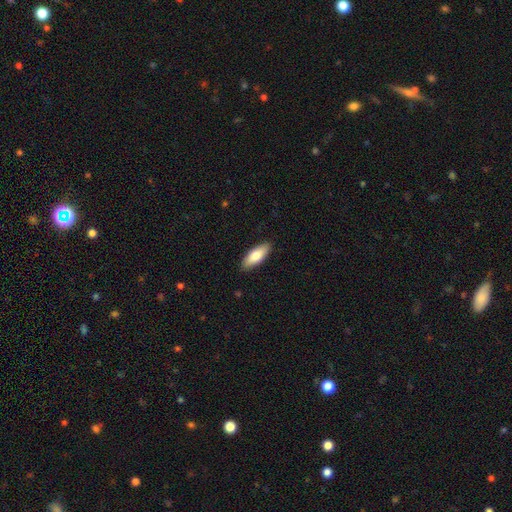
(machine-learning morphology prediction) type=smooth (78%); roundness=in between (71%); merging=none (89%).